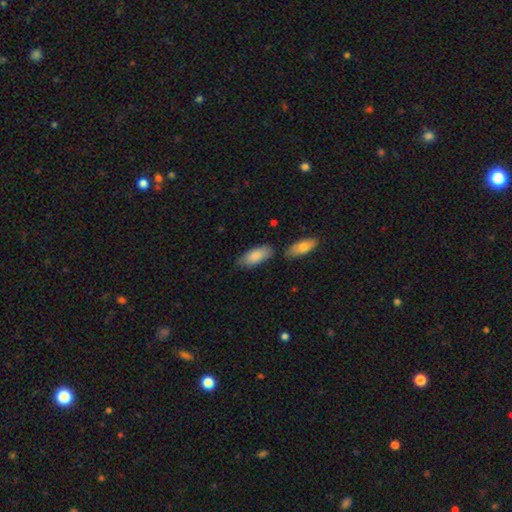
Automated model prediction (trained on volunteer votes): smooth_or_featured: smooth (p=0.86) [alt: featured or disk p=0.08]
how_rounded: in between (p=0.86) [alt: cigar-shaped p=0.13]
merging: none (p=0.69) [alt: minor disturbance p=0.16]